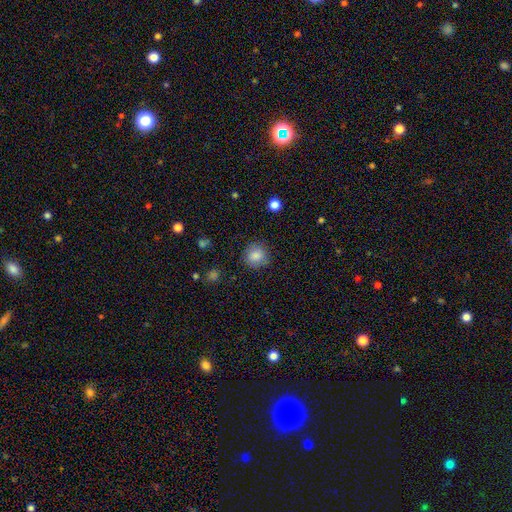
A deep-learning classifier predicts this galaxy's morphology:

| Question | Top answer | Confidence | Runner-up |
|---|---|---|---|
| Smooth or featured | smooth | 86% | star or artifact (9%) |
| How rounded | round | 91% | in between (8%) |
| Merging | none | 86% | minor disturbance (10%) |